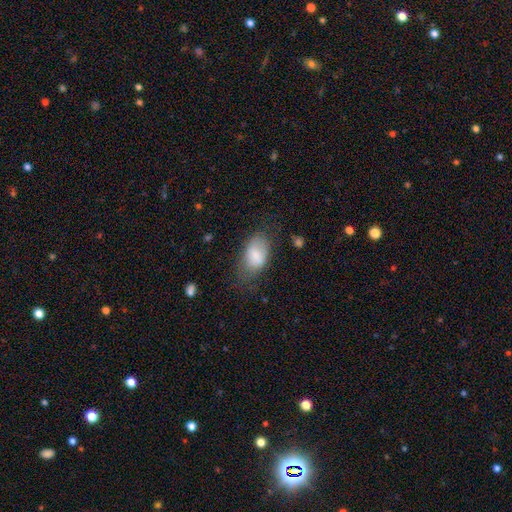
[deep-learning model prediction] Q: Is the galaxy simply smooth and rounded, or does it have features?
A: smooth — 79%.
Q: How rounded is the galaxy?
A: in between — 92%.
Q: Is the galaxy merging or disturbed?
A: none — 50%.